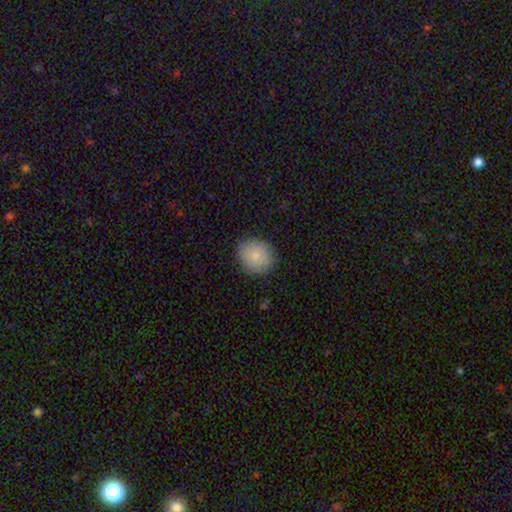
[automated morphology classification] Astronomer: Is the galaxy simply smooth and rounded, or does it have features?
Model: smooth — 82%.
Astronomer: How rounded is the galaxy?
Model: round — 80%.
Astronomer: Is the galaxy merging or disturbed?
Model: none — 86%.